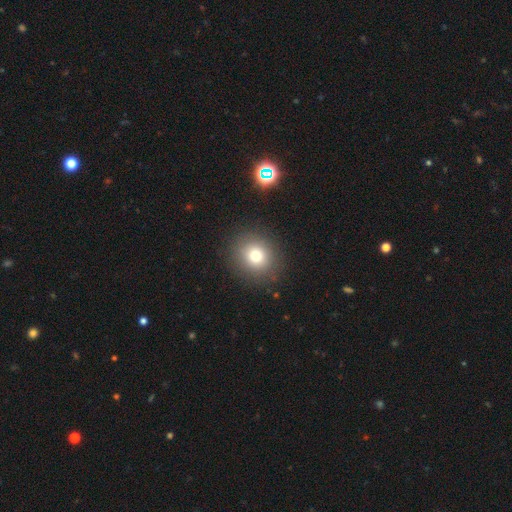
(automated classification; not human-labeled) This is likely a smooth galaxy (75%). How rounded: clearly round (83%). Merging: clearly none (88%).